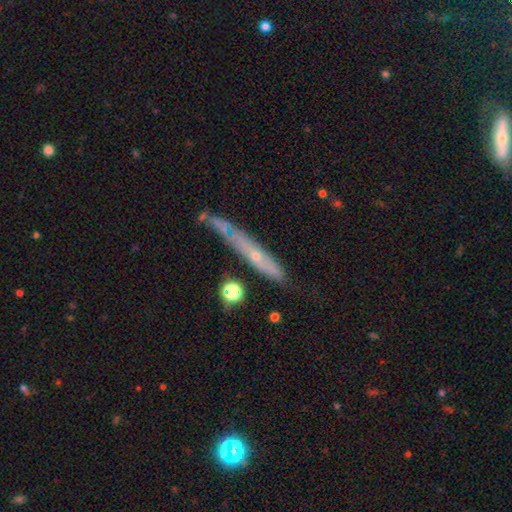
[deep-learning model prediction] Smooth or featured: featured or disk — 58% (smooth — 33%)
Edge-on disk: yes — 72% (no — 28%)
Merging: none — 58% (minor disturbance — 26%)